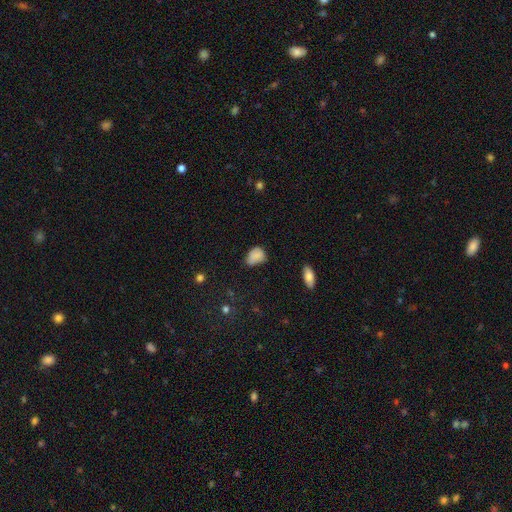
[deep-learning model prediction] Smooth or featured: smooth — 80% (star or artifact — 10%)
How rounded: in between — 76% (round — 23%)
Merging: none — 47% (minor disturbance — 39%)